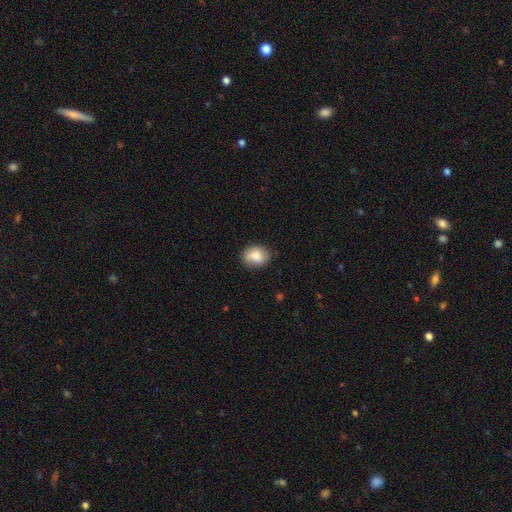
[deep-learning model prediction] This is clearly a smooth galaxy (80%). How rounded: possibly in between (54%). Merging: likely none (73%).